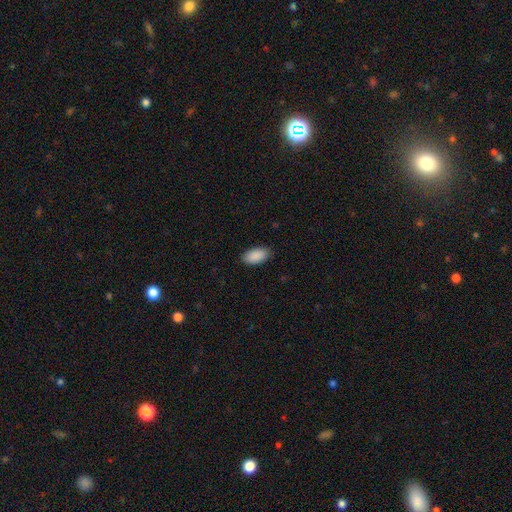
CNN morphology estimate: Overall: smooth (91%). How rounded: in between (95%). Merging: none (88%).